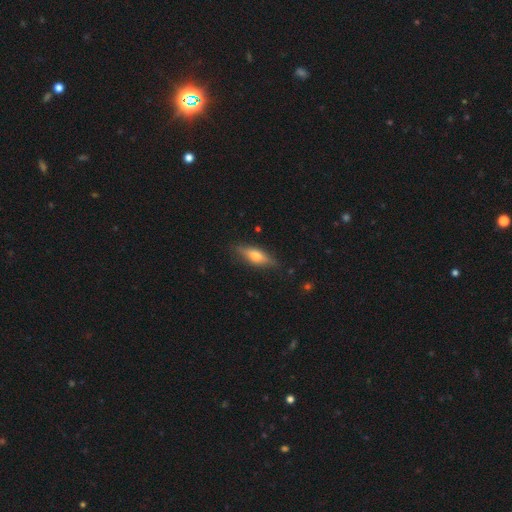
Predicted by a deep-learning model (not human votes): Smooth or featured?
  - smooth: 48% *
  - featured or disk: 45%
  - star or artifact: 7%
Merging?
  - none: 85% *
  - minor disturbance: 12%
  - major disturbance: 2%
  - merger: 1%